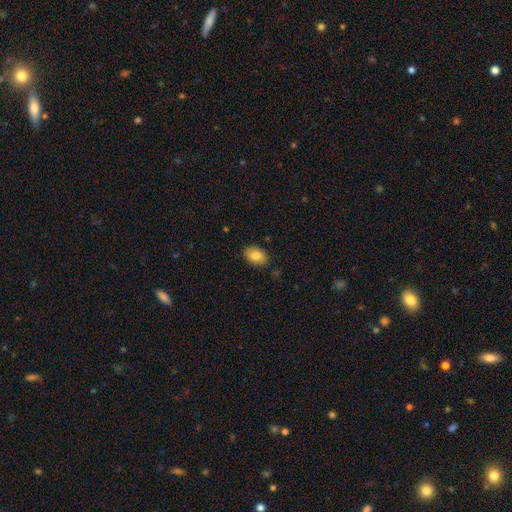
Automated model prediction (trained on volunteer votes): Morphology: type=smooth (84%); roundness=in between (83%); merging=none (85%).